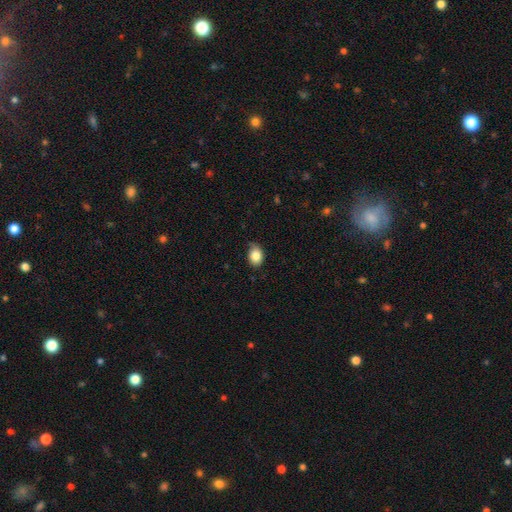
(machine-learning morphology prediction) Q: Smooth or featured?
A: smooth (84%); runner-up: star or artifact (9%)
Q: How rounded?
A: in between (61%); runner-up: round (38%)
Q: Merging?
A: none (62%); runner-up: minor disturbance (31%)